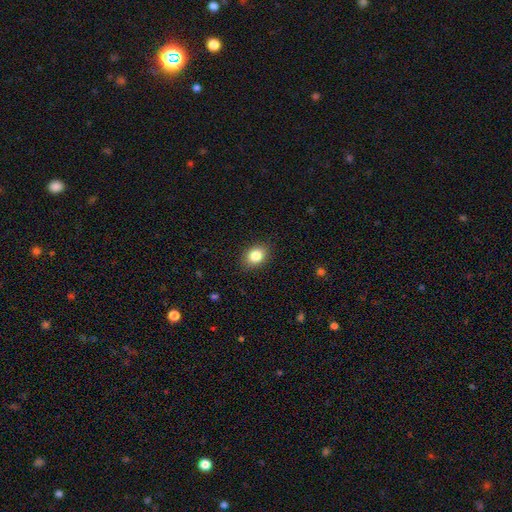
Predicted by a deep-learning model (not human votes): This appears to be a smooth galaxy with no disk features (84%) that is in between round and cigar-shaped (56%). Merging: none (87%).